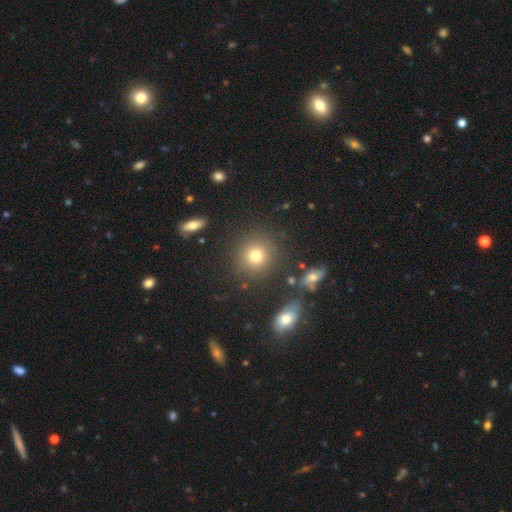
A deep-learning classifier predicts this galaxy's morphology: type=smooth (76%); roundness=round (87%); merging=none (83%).